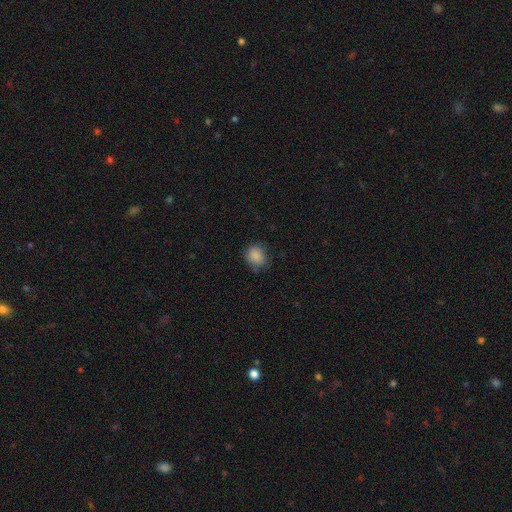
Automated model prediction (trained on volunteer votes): The model was most divided on "how rounded": round: 65%, in between: 34%, cigar-shaped: 1%. More confident: smooth or featured — smooth (87%); merging — none (74%).